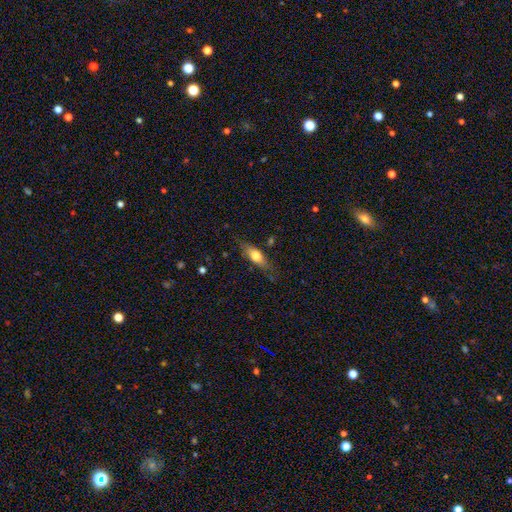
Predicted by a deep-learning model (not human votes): Overall: smooth (66%; featured or disk 27%). How rounded: in between (60%; cigar-shaped 37%). Merging: none (72%).